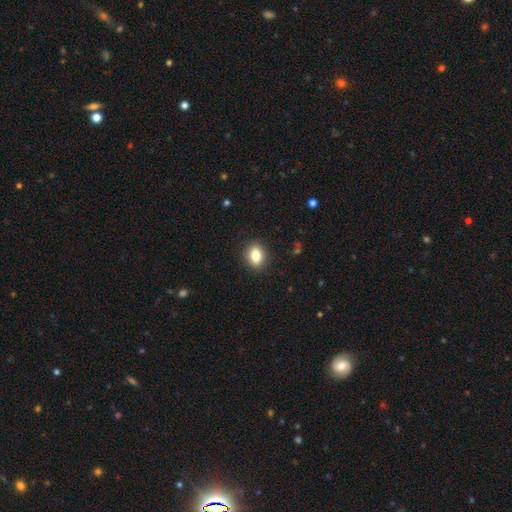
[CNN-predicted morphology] The model was most divided on "how rounded": in between: 67%, round: 31%, cigar-shaped: 2%. More confident: merging — none (90%); smooth or featured — smooth (82%).